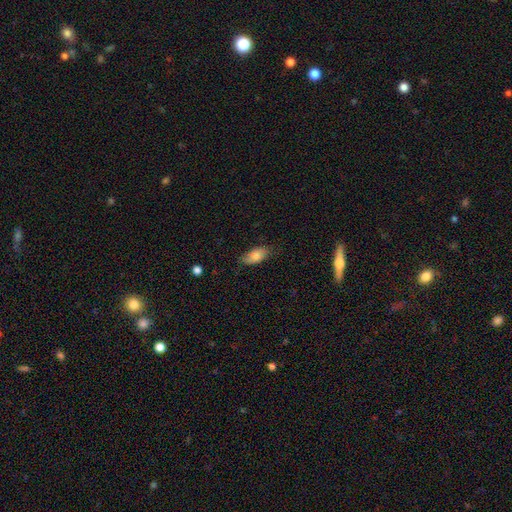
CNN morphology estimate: The model was most divided on "merging": none: 75%, minor disturbance: 20%, major disturbance: 4%, merger: 1%. More confident: how rounded — in between (90%); smooth or featured — smooth (78%).